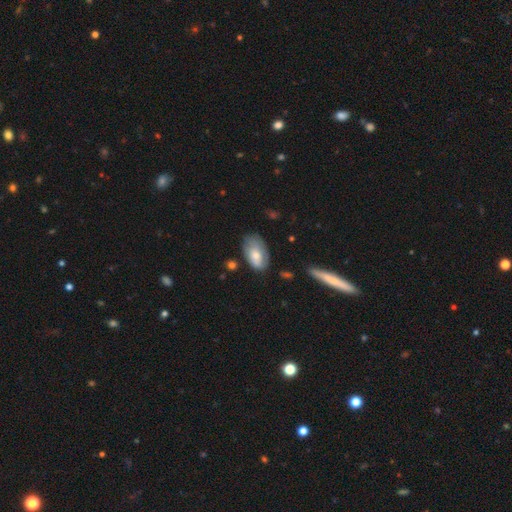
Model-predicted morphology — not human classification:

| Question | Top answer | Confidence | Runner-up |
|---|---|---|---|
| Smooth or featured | smooth | 68% | featured or disk (26%) |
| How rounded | in between | 92% | round (6%) |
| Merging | none | 54% | minor disturbance (32%) |